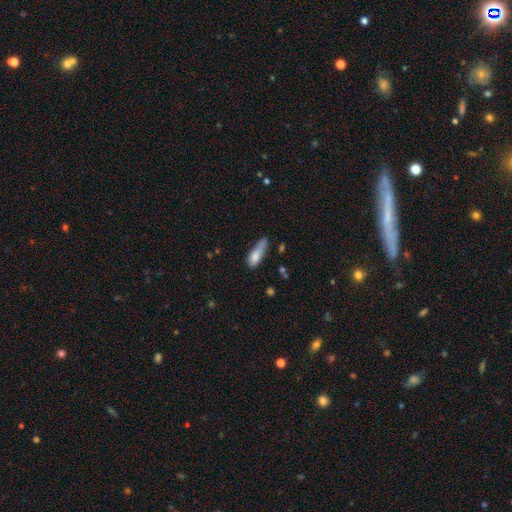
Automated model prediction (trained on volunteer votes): Smooth or featured: smooth — 76% (featured or disk — 15%)
How rounded: cigar-shaped — 49% (in between — 48%)
Merging: minor disturbance — 34% (none — 33%)